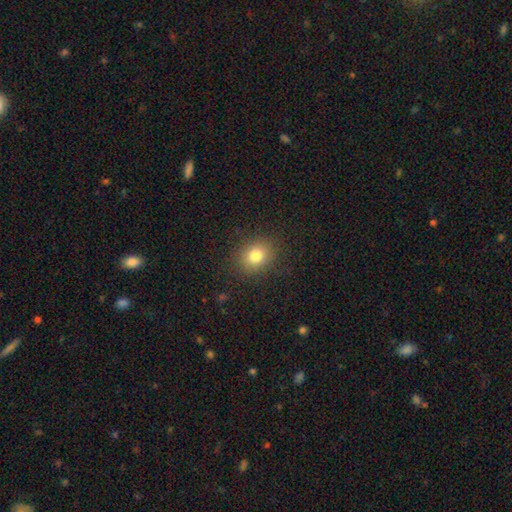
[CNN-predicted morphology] Q: Smooth or featured?
A: smooth (80%); runner-up: star or artifact (12%)
Q: How rounded?
A: round (58%); runner-up: in between (41%)
Q: Merging?
A: none (87%); runner-up: minor disturbance (9%)